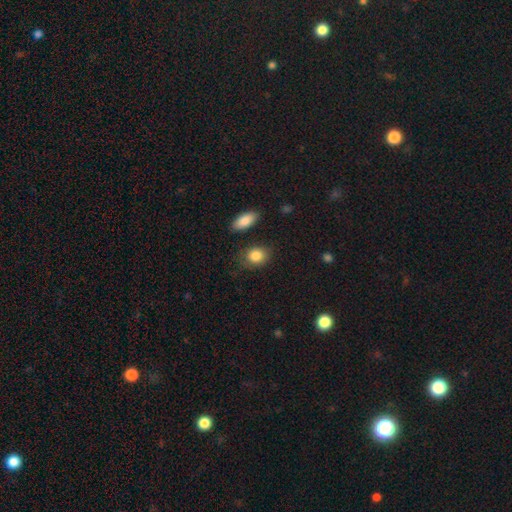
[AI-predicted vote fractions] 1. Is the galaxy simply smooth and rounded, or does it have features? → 86% smooth, 7% star or artifact, 7% featured or disk.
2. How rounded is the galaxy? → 61% in between, 37% round, 2% cigar-shaped.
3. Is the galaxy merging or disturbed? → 74% none, 17% minor disturbance, 5% major disturbance, 4% merger.